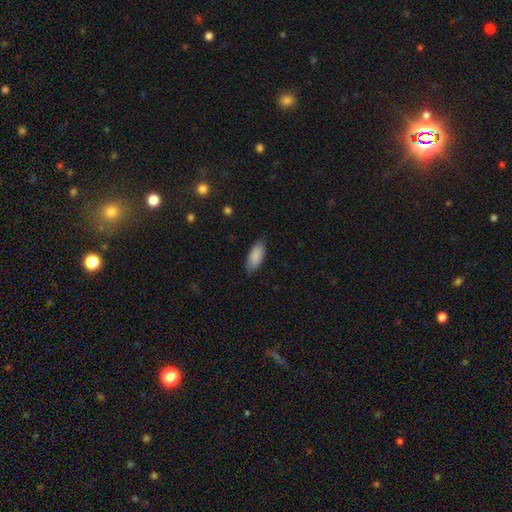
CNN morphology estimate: This is clearly a smooth galaxy (87%). How rounded: clearly in between (85%). Merging: clearly none (81%).